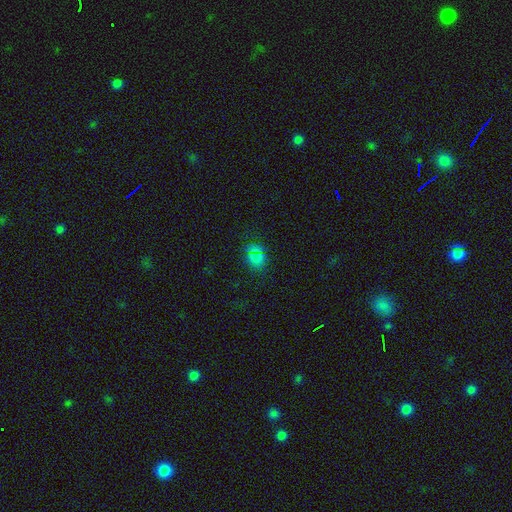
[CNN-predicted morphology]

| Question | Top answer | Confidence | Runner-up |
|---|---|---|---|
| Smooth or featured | smooth | 71% | star or artifact (24%) |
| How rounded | round | 57% | in between (41%) |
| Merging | none | 85% | minor disturbance (10%) |